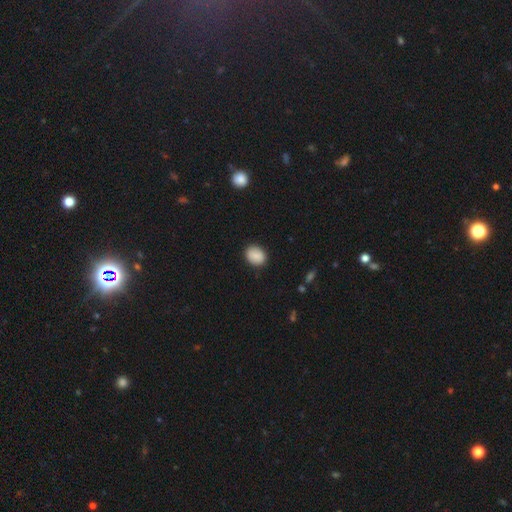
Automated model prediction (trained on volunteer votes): Smooth or featured? smooth (88%)
How rounded? in between (59%)
Merging? none (87%)